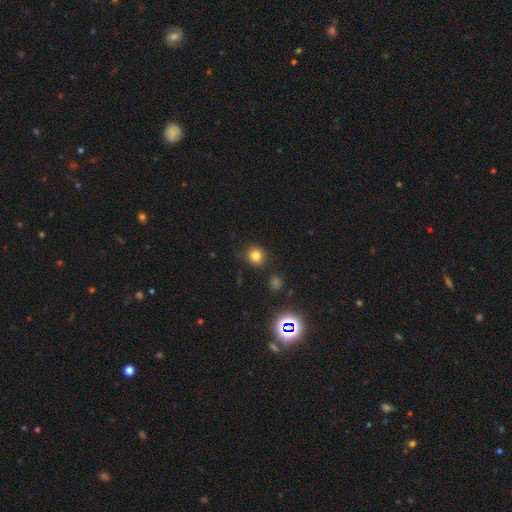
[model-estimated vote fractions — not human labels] smooth-or-featured: smooth: 79% | star or artifact: 15% | featured or disk: 6%
  how-rounded: round: 86% | in between: 13% | cigar-shaped: 1%
  merging: none: 84% | minor disturbance: 10% | major disturbance: 3% | merger: 3%